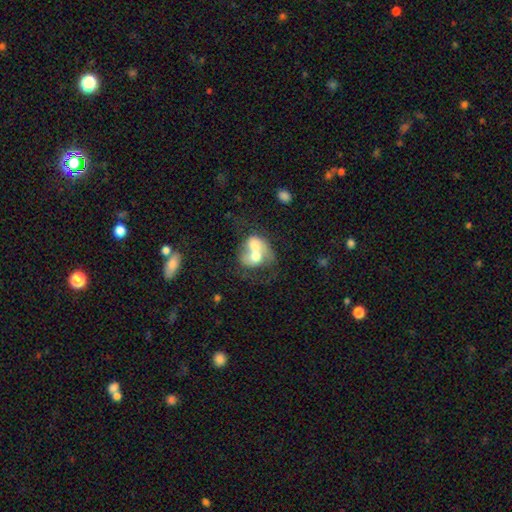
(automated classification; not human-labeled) smooth-or-featured: smooth: 50% | featured or disk: 43% | star or artifact: 7%
  merging: merger: 74% | none: 11% | major disturbance: 8% | minor disturbance: 6%